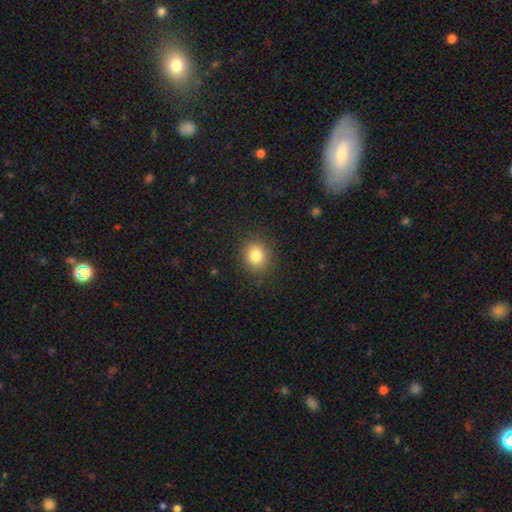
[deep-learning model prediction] Smooth or featured? Predicted: smooth (p=0.83). How rounded? Predicted: round (p=0.74). Merging? Predicted: none (p=0.87).